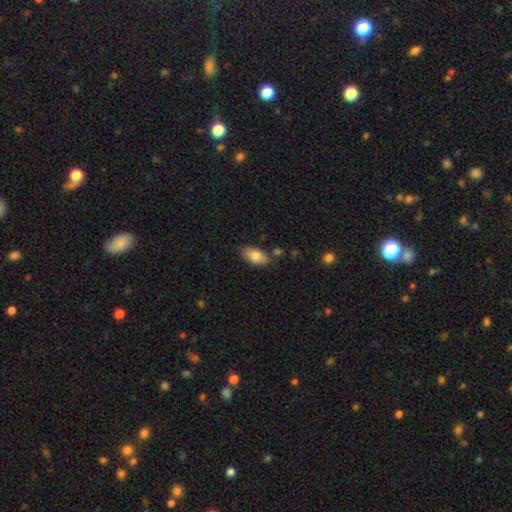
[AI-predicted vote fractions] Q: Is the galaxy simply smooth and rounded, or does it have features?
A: smooth — 81%.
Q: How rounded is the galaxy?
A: in between — 92%.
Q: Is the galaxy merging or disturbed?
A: none — 80%.